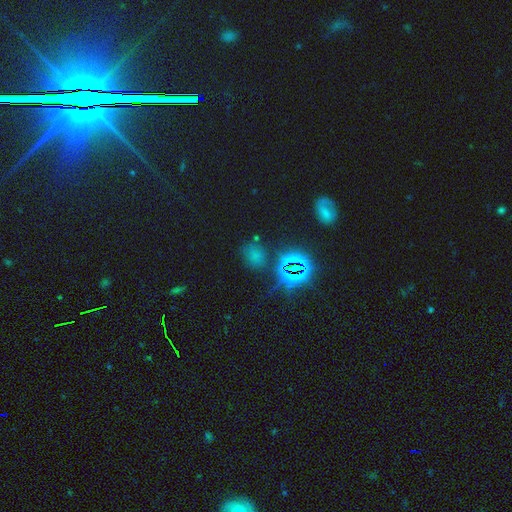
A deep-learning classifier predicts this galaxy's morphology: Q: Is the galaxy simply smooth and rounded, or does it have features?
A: star or artifact — 47%.